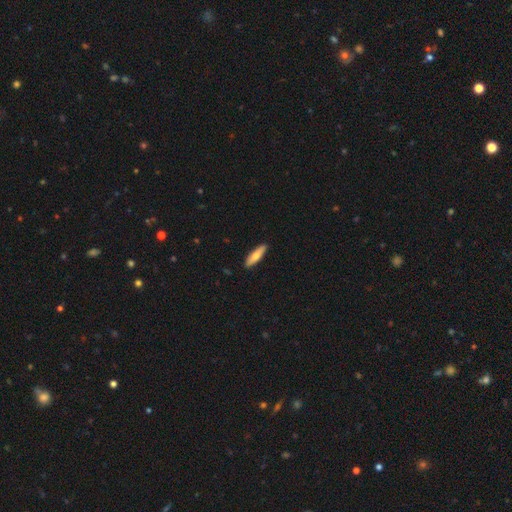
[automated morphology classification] Overall: smooth (71%). How rounded: cigar-shaped (66%; in between 33%). Merging: none (90%).